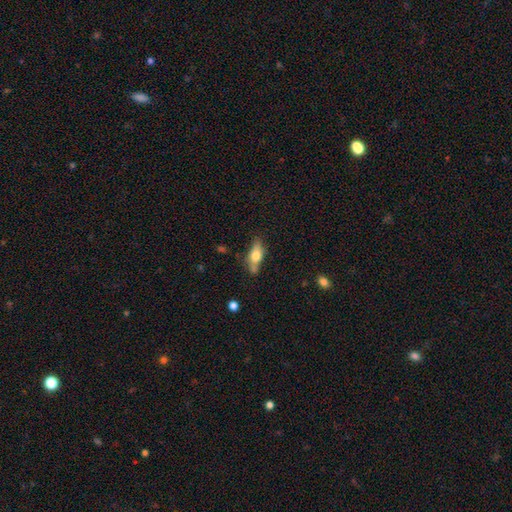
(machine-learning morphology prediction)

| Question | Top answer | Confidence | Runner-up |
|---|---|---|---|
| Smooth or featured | smooth | 61% | featured or disk (32%) |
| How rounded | in between | 67% | cigar-shaped (29%) |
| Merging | none | 65% | minor disturbance (23%) |